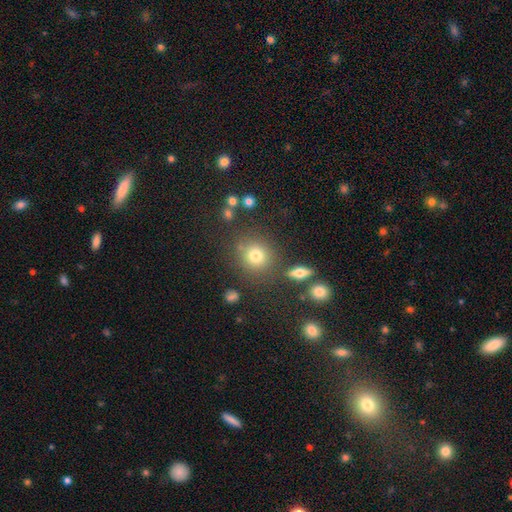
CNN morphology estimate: The model was most divided on "smooth or featured": smooth: 76%, star or artifact: 14%, featured or disk: 9%. More confident: how rounded — round (88%); merging — none (79%).